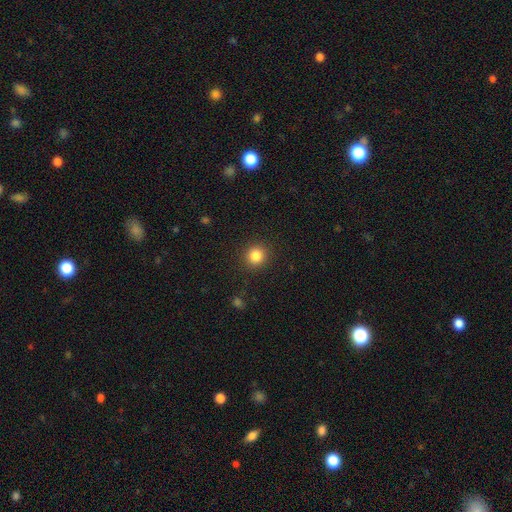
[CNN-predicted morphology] The model was most divided on "smooth or featured": smooth: 84%, star or artifact: 11%, featured or disk: 5%. More confident: how rounded — round (91%); merging — none (91%).